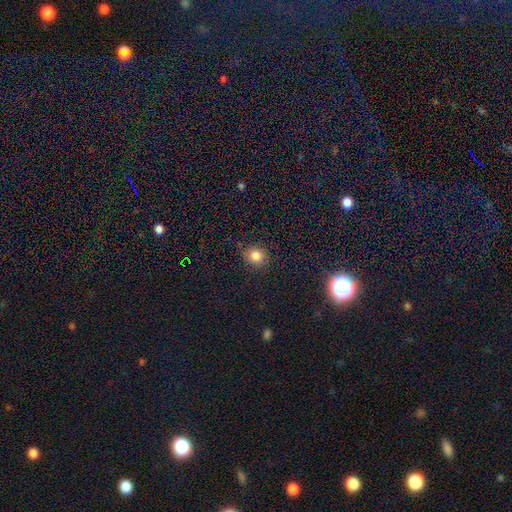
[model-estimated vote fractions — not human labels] A smooth galaxy with no disk features (81%) that is round (83%). Merging: none (85%).